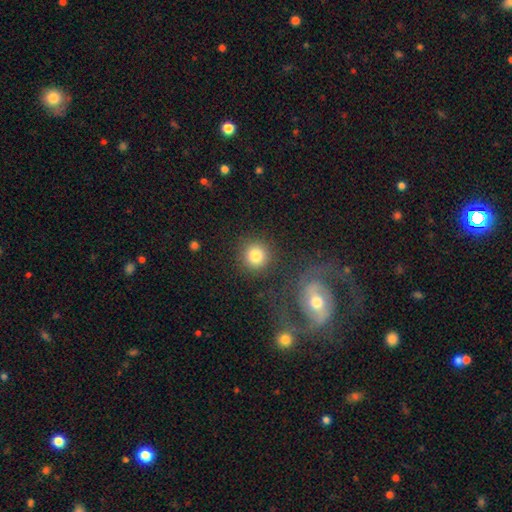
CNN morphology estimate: Smooth or featured?
  - smooth: 82% *
  - star or artifact: 10%
  - featured or disk: 8%
How rounded?
  - round: 92% *
  - in between: 7%
  - cigar-shaped: 1%
Merging?
  - none: 83% *
  - minor disturbance: 8%
  - merger: 5%
  - major disturbance: 4%